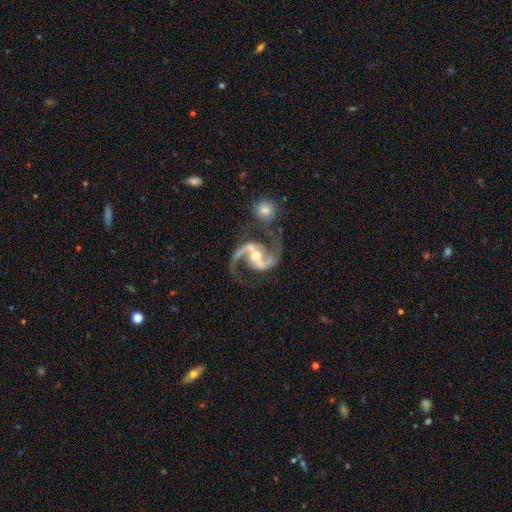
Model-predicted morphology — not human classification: Q: Smooth or featured?
A: featured or disk (93%); runner-up: star or artifact (4%)
Q: Edge-on disk?
A: no (98%); runner-up: yes (2%)
Q: Bar?
A: strong (42%); runner-up: weak (38%)
Q: Spiral arms?
A: yes (98%); runner-up: no (2%)
Q: Spiral winding?
A: medium (58%); runner-up: loose (34%)
Q: Spiral arm count?
A: 2 (94%); runner-up: 1 (1%)
Q: Bulge size?
A: moderate (64%); runner-up: small (26%)
Q: Merging?
A: none (62%); runner-up: minor disturbance (15%)